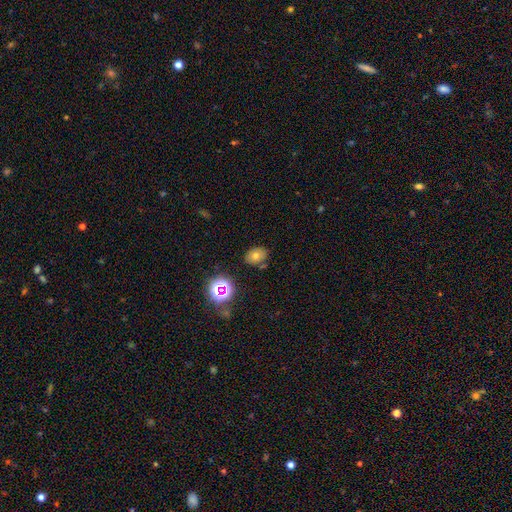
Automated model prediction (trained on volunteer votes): Morphology: type=smooth (66%); roundness=in between (65%); merging=none (77%).